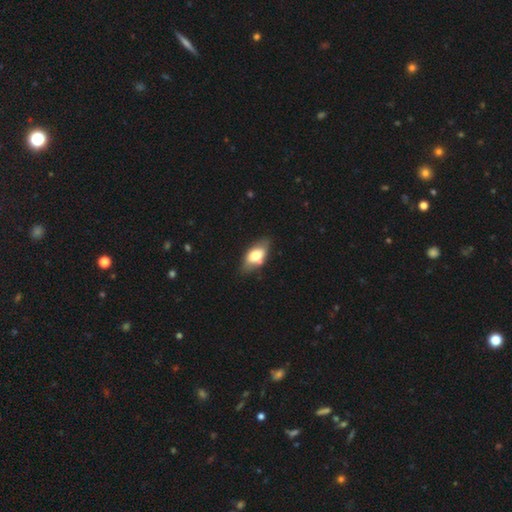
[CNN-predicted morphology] Smooth or featured? smooth (64%)
How rounded? in between (89%)
Merging? none (69%)